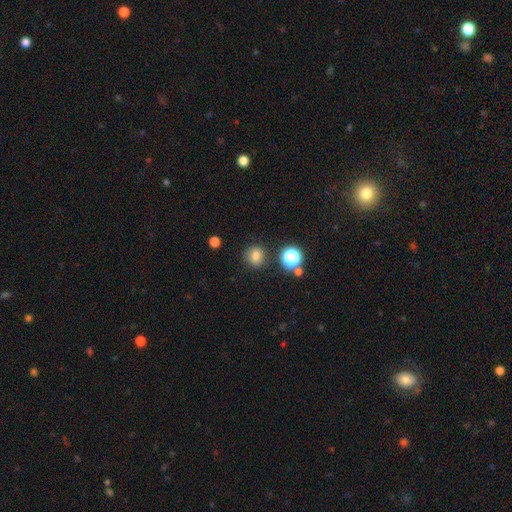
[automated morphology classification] smooth-or-featured: smooth: 78% | star or artifact: 15% | featured or disk: 7%
  how-rounded: round: 80% | in between: 19% | cigar-shaped: 1%
  merging: none: 82% | minor disturbance: 11% | major disturbance: 4% | merger: 3%